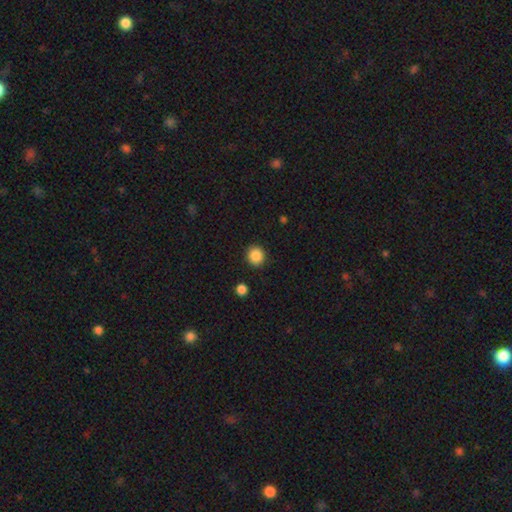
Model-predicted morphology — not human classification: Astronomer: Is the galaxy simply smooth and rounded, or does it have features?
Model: smooth — 87%.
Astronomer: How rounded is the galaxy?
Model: round — 90%.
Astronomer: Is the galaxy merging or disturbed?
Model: none — 91%.